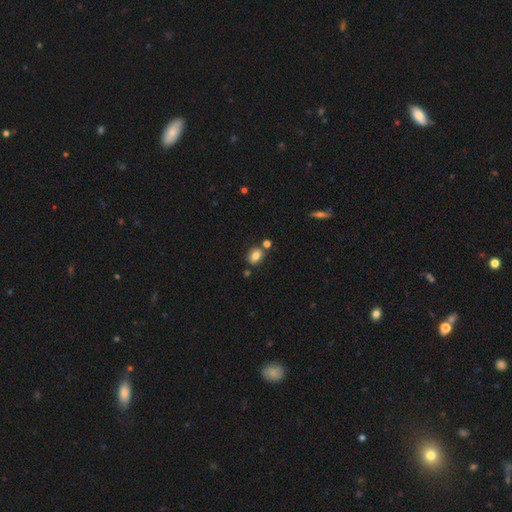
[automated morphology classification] This is likely a smooth galaxy (80%). How rounded: likely in between (67%). Merging: likely none (69%).